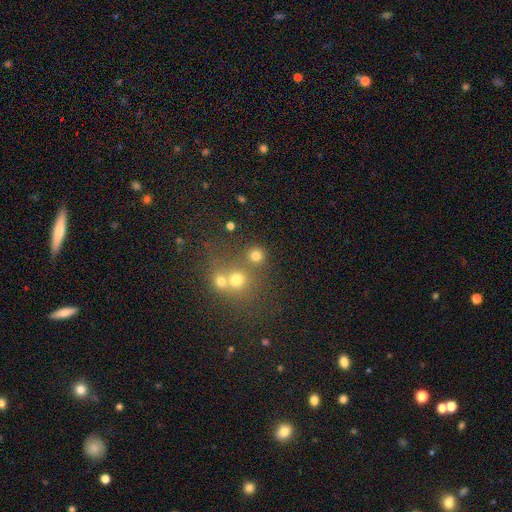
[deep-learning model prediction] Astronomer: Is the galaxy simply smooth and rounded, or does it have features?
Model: smooth — 75%.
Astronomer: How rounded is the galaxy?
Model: round — 90%.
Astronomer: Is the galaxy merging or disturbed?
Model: none — 64%.